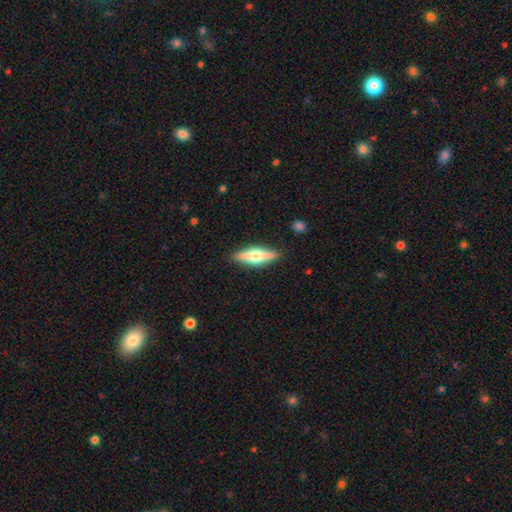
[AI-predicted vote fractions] Smooth or featured? featured or disk (62%)
Edge-on disk? yes (95%)
Edge-on bulge? rounded (93%)
Merging? none (89%)